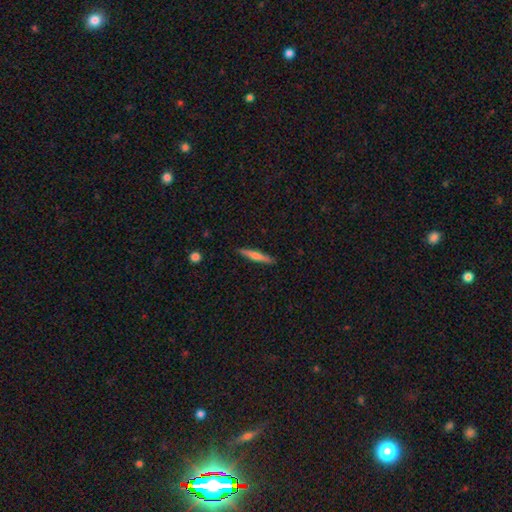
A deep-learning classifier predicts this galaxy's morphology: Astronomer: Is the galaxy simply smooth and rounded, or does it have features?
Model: featured or disk — 48% (runner-up: smooth, 46%).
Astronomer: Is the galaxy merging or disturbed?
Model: none — 90%.